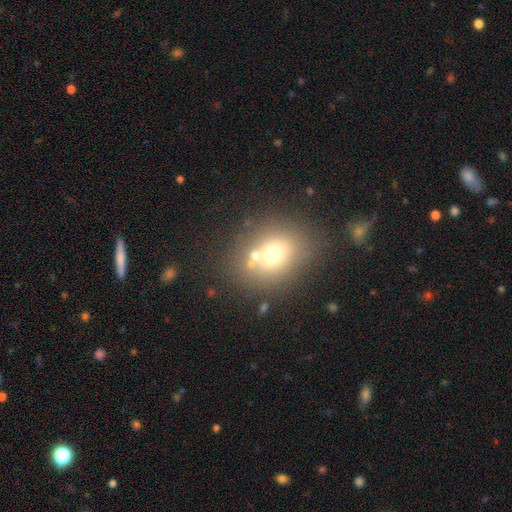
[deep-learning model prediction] A smooth galaxy with no disk features (62%) that is round (63%). Merging: none (64%).